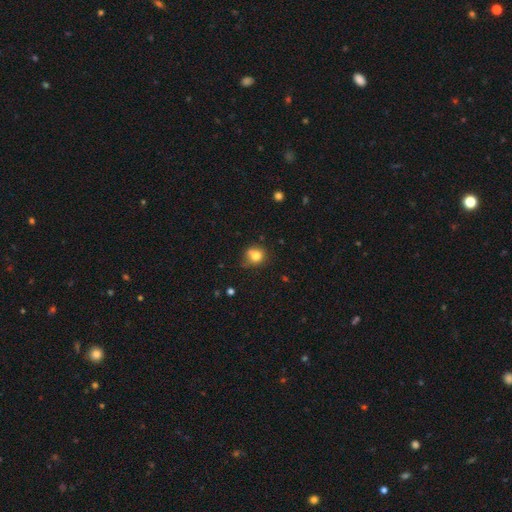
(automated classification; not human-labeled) Morphology: type=smooth (78%); roundness=round (77%); merging=none (55%).